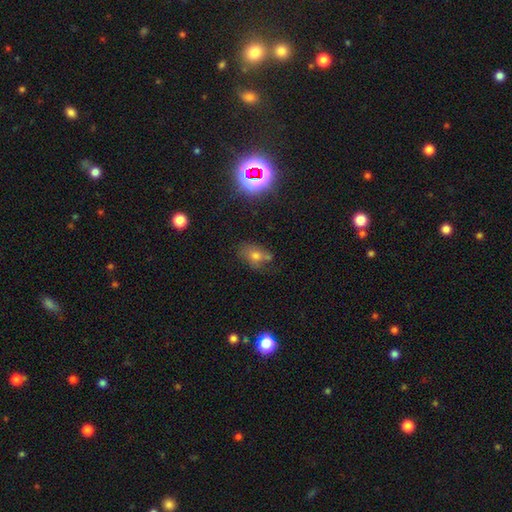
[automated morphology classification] A smooth galaxy with no disk features (55%) that is in between round and cigar-shaped (71%). Merging: none (54%).